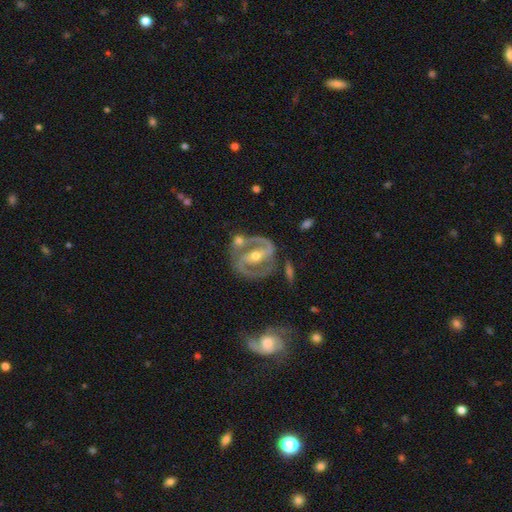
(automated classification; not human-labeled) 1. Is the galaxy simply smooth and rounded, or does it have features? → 89% featured or disk, 6% smooth, 5% star or artifact.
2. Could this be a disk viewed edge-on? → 96% no, 4% yes.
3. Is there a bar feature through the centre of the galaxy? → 65% strong, 22% weak, 12% no.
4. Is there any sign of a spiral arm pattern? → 94% yes, 6% no.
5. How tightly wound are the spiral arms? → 48% medium, 39% tight, 13% loose.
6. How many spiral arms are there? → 90% 2, 4% can't tell, 2% 1, 2% 3, 1% 4, 1% more than 4.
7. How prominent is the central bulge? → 57% moderate, 39% small, 2% large, 1% none, 1% dominant.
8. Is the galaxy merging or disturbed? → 65% none, 16% minor disturbance, 12% merger, 7% major disturbance.